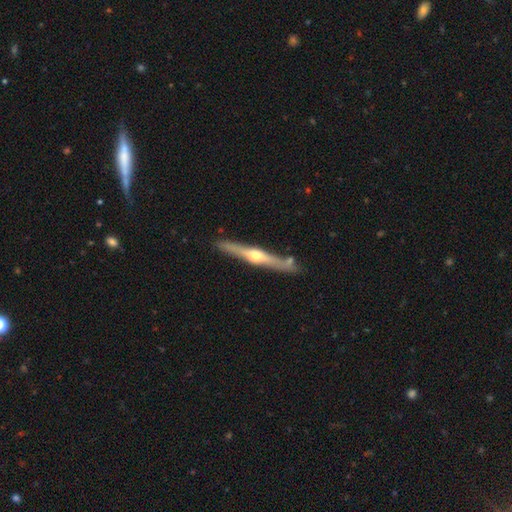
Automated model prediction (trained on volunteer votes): This appears to be a featured or disk galaxy (75%) viewed edge-on (97%) with a rounded central bulge (90%). Merging: none (84%).